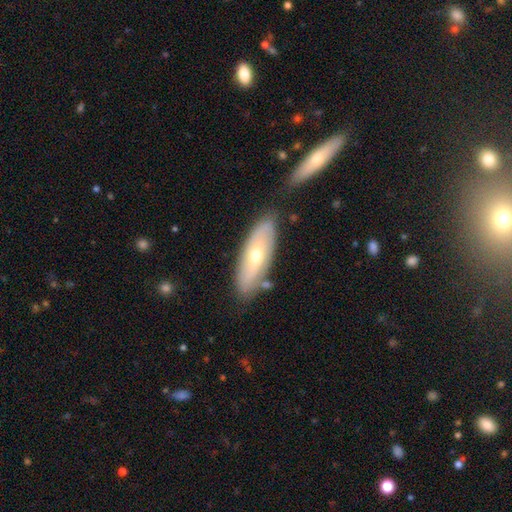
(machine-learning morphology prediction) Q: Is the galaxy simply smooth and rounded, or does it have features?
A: smooth — 48%.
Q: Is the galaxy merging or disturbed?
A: none — 76%.